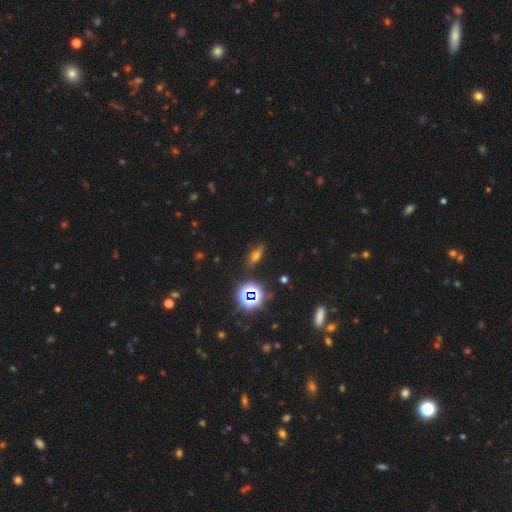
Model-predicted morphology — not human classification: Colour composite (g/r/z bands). It shows a smooth galaxy with no disk features (46%). Merging: none (80%).